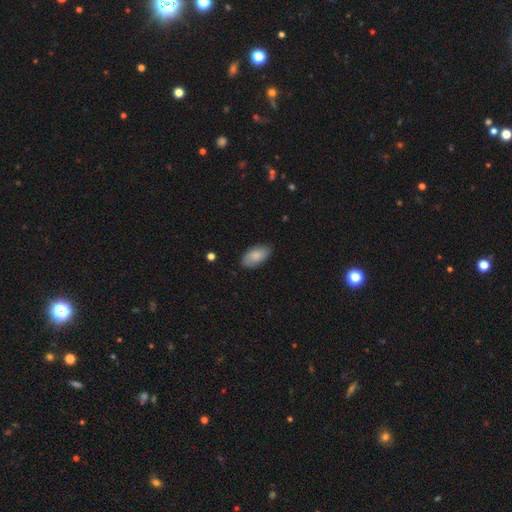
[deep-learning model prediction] Overall: smooth (82%). How rounded: in between (94%). Merging: none (82%).